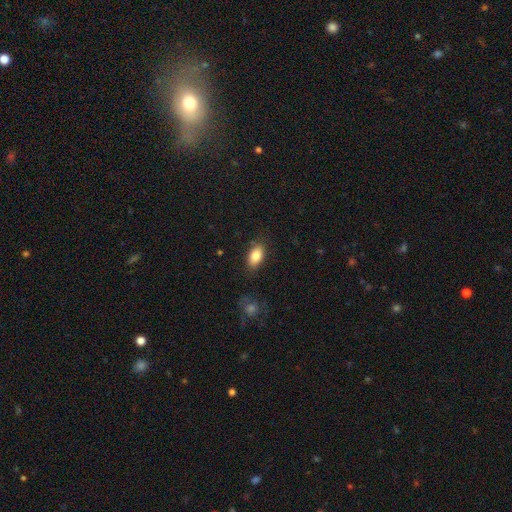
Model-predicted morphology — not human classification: smooth-or-featured: smooth: 83% | featured or disk: 9% | star or artifact: 8%
  how-rounded: in between: 90% | round: 7% | cigar-shaped: 3%
  merging: none: 83% | minor disturbance: 12% | major disturbance: 3% | merger: 2%